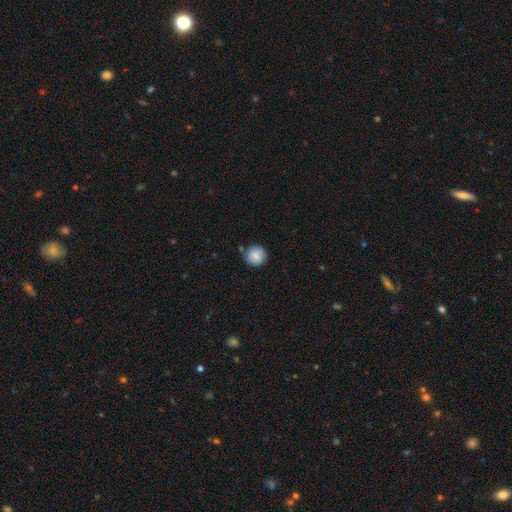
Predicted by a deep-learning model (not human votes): smooth_or_featured: smooth (p=0.85) [alt: star or artifact p=0.08]
how_rounded: round (p=0.93) [alt: in between p=0.06]
merging: none (p=0.82) [alt: minor disturbance p=0.12]